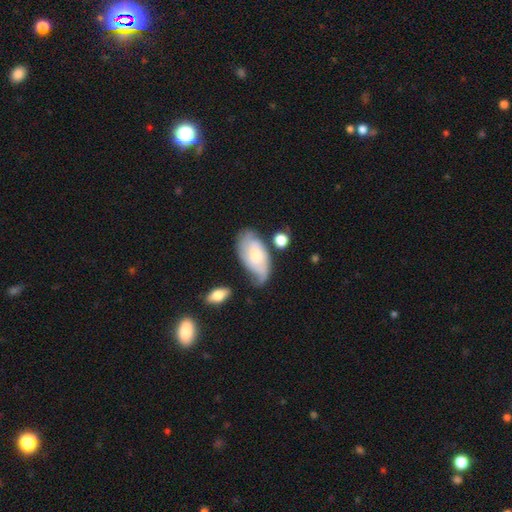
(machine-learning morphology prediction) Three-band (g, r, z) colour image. It shows a featured or disk galaxy (53%). Merging: none (50%).